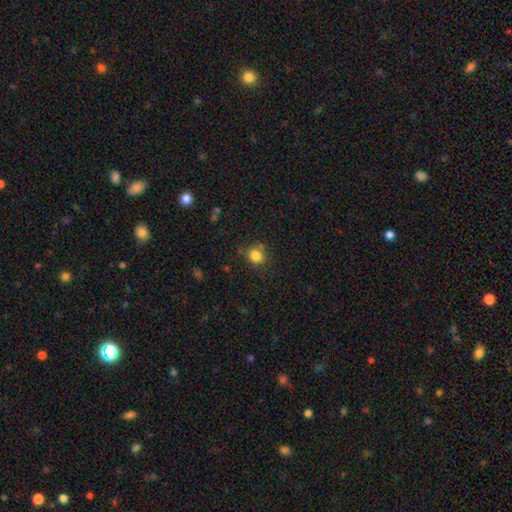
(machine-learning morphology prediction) smooth-or-featured: smooth: 82% | star or artifact: 12% | featured or disk: 5%
  how-rounded: round: 84% | in between: 15% | cigar-shaped: 1%
  merging: none: 74% | minor disturbance: 16% | merger: 5% | major disturbance: 5%